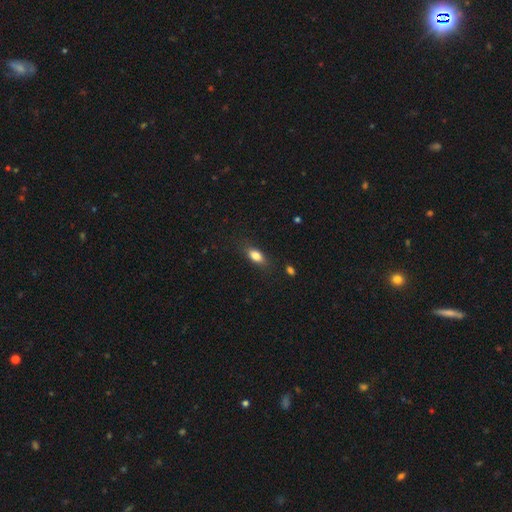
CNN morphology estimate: A smooth galaxy with no disk features (81%) that is in between round and cigar-shaped (78%). Merging: none (80%).